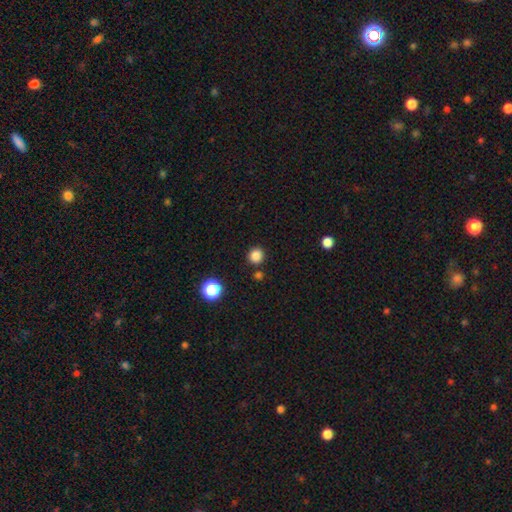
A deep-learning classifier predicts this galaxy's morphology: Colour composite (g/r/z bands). It shows a smooth galaxy with no disk features (84%) that is round (89%). Merging: none (85%).